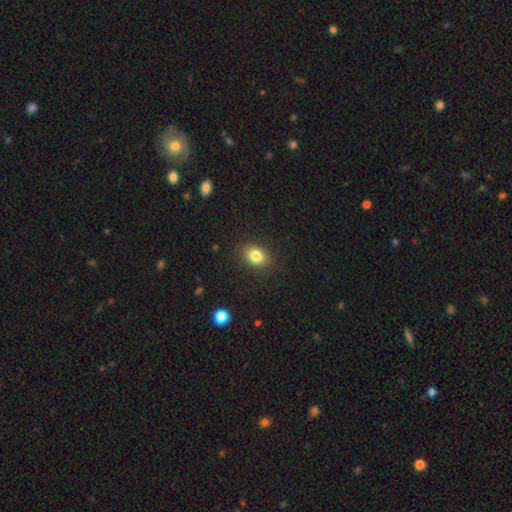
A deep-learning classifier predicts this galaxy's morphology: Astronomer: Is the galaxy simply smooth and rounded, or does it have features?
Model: smooth — 82%.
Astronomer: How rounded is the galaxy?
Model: in between — 63%.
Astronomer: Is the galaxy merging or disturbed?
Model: none — 88%.